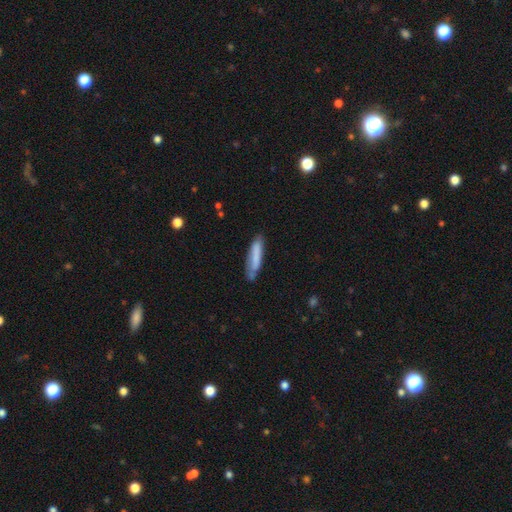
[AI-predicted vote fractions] smooth-or-featured: smooth: 74% | featured or disk: 19% | star or artifact: 6%
  how-rounded: cigar-shaped: 80% | in between: 19% | round: 1%
  merging: none: 69% | minor disturbance: 22% | major disturbance: 5% | merger: 4%